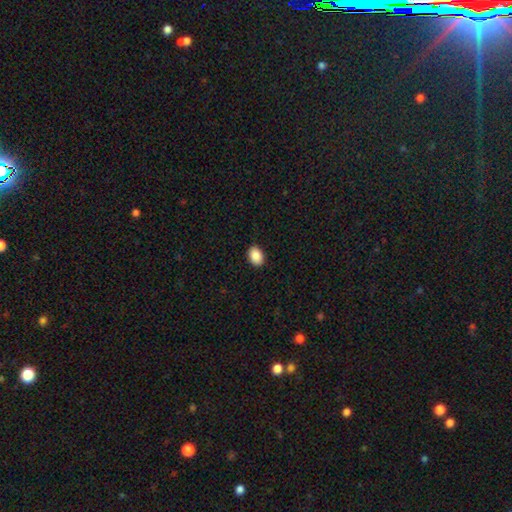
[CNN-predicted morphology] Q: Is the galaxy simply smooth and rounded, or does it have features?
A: smooth — 88%.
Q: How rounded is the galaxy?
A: in between — 79%.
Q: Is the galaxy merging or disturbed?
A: none — 90%.